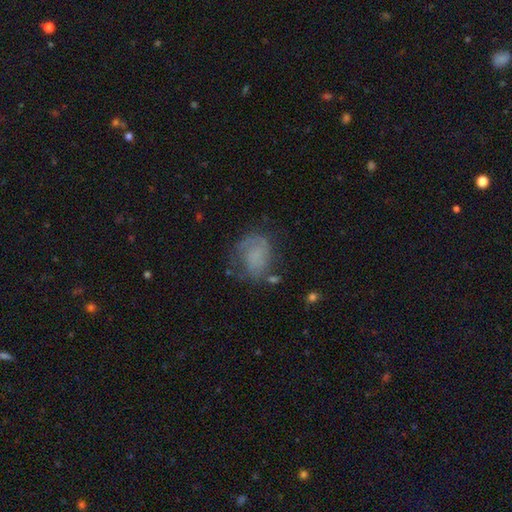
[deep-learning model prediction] Morphology: type=smooth (48%); merging=none (48%).